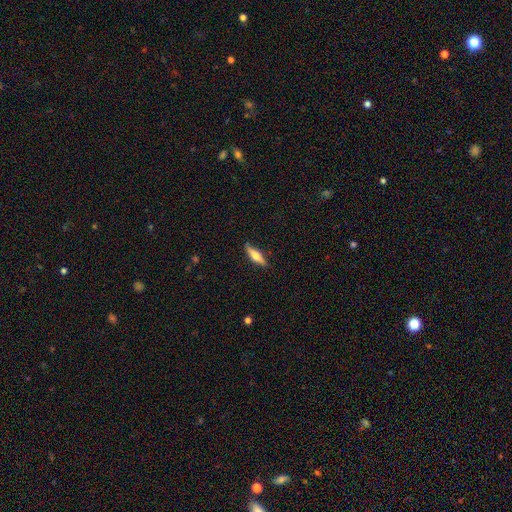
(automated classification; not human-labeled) Q: Smooth or featured?
A: smooth (50%); runner-up: featured or disk (44%)
Q: How rounded?
A: cigar-shaped (68%); runner-up: in between (30%)
Q: Merging?
A: none (84%); runner-up: minor disturbance (12%)